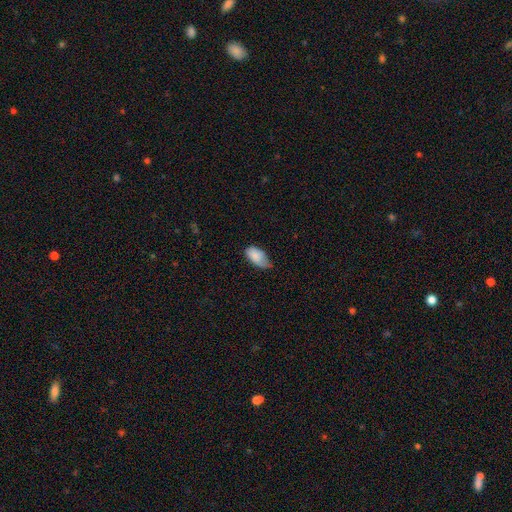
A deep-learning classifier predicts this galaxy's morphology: Smooth or featured?
  - smooth: 83% *
  - featured or disk: 11%
  - star or artifact: 7%
How rounded?
  - in between: 94% *
  - round: 4%
  - cigar-shaped: 2%
Merging?
  - minor disturbance: 48% *
  - none: 35%
  - major disturbance: 15%
  - merger: 2%